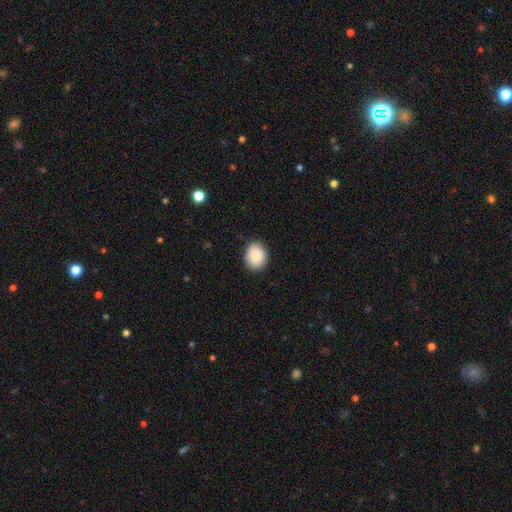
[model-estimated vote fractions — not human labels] A smooth galaxy with no disk features (84%) that is round (53%).

Vote fractions:
- Smooth or featured? smooth: 84% / featured or disk: 9% / star or artifact: 8%
- How rounded? round: 53% / in between: 46% / cigar-shaped: 1%
- Merging? none: 84% / minor disturbance: 13% / major disturbance: 2% / merger: 1%